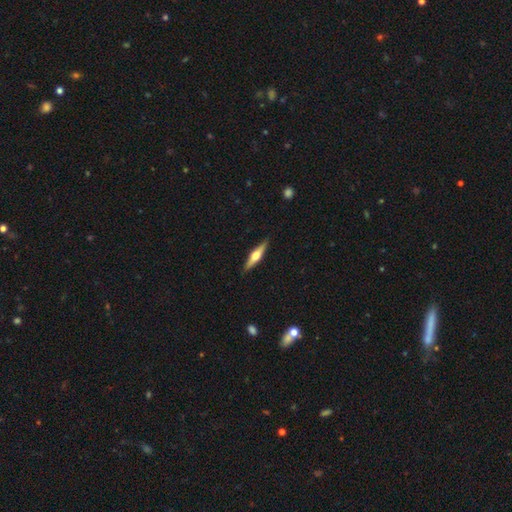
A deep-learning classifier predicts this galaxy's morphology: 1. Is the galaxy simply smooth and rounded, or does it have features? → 59% featured or disk, 35% smooth, 5% star or artifact.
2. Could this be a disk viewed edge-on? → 96% yes, 4% no.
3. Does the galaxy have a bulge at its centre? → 93% rounded, 4% boxy, 3% none.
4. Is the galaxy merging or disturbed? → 90% none, 8% minor disturbance, 2% major disturbance, 1% merger.